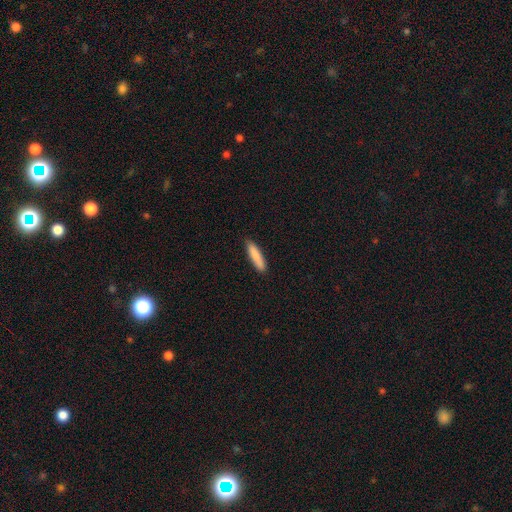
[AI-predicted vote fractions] smooth 85%, featured or disk 9%, star or artifact 6%. Down the decision tree: how rounded — cigar-shaped (82%); merging — none (86%).